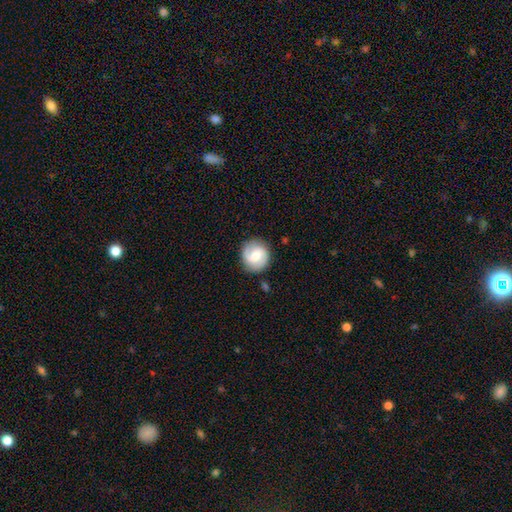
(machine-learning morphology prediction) Q: Smooth or featured?
A: featured or disk (62%); runner-up: smooth (32%)
Q: Edge-on disk?
A: no (98%); runner-up: yes (2%)
Q: Bar?
A: weak (53%); runner-up: no (29%)
Q: Spiral arms?
A: yes (89%); runner-up: no (11%)
Q: Spiral winding?
A: medium (44%); runner-up: tight (30%)
Q: Spiral arm count?
A: 2 (83%); runner-up: can't tell (7%)
Q: Bulge size?
A: moderate (66%); runner-up: small (24%)
Q: Merging?
A: none (84%); runner-up: minor disturbance (11%)